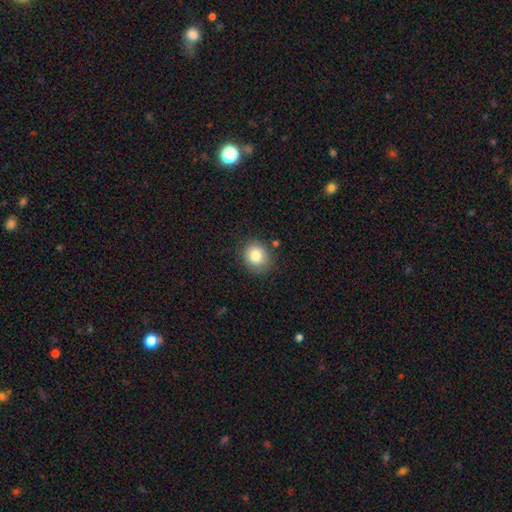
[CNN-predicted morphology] A smooth galaxy with no disk features (81%) that is round (80%). Merging: none (82%).